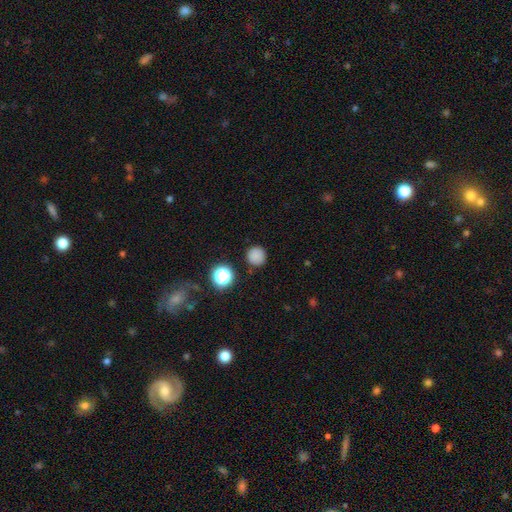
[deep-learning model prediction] This appears to be a smooth galaxy with no disk features (81%) that is round (95%). Merging: none (87%).